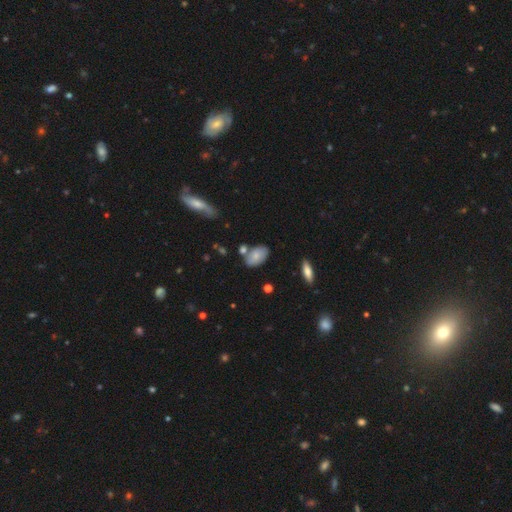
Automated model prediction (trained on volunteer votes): Smooth or featured: smooth — 75% (featured or disk — 18%)
How rounded: in between — 91% (round — 7%)
Merging: none — 64% (minor disturbance — 18%)